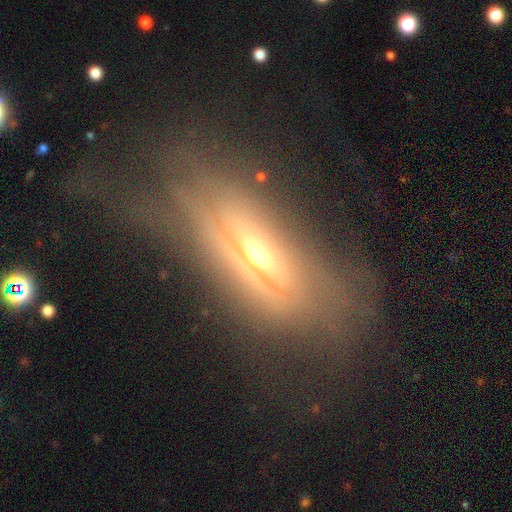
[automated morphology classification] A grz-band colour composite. It shows a featured or disk galaxy (67%) viewed edge-on (63%). Merging: none (48%).